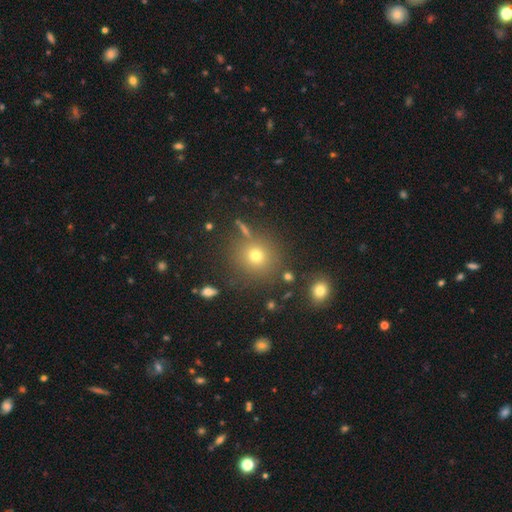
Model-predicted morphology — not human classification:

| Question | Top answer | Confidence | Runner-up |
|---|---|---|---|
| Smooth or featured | smooth | 68% | star or artifact (21%) |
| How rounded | round | 91% | in between (8%) |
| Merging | none | 82% | minor disturbance (9%) |